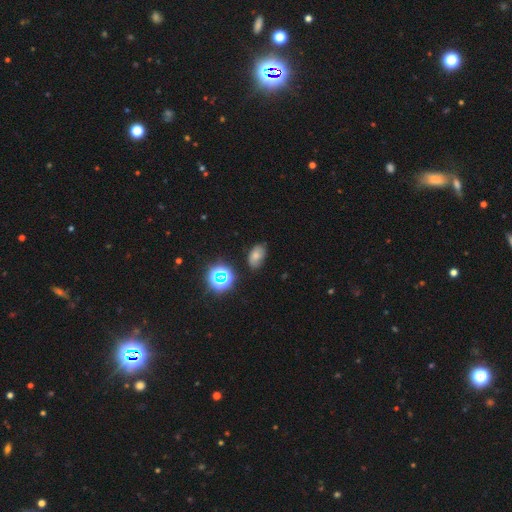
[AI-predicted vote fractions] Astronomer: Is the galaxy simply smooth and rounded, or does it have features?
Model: smooth — 66%.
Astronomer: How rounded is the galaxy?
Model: in between — 87%.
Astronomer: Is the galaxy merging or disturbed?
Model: none — 73%.